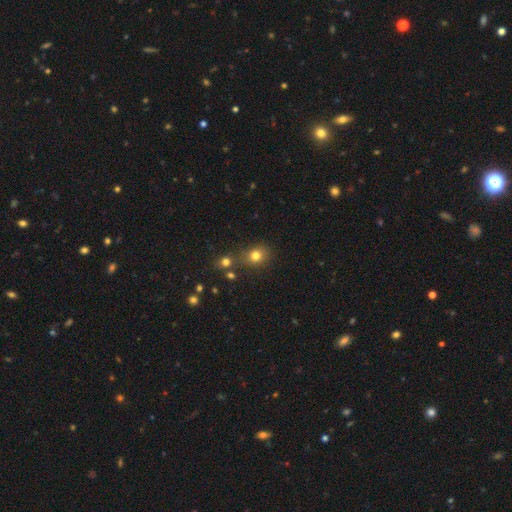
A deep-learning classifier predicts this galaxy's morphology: Smooth or featured?
  - smooth: 77% *
  - star or artifact: 15%
  - featured or disk: 7%
How rounded?
  - round: 70% *
  - in between: 29%
  - cigar-shaped: 1%
Merging?
  - none: 70% *
  - merger: 13%
  - minor disturbance: 12%
  - major disturbance: 4%